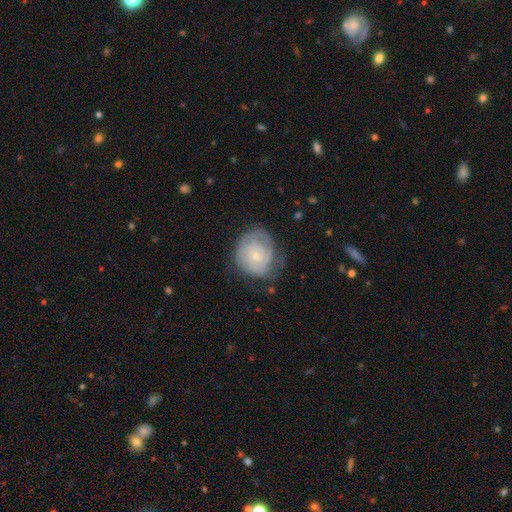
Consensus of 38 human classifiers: Smooth or featured: featured or disk — 61% (smooth — 39%)
Edge-on disk: no — 100%
Bar: no — 83% (weak — 17%)
Spiral arms: yes — 87% (no — 13%)
Spiral winding: tight — 70% (medium — 15%)
Spiral arm count: can't tell — 65% (3 — 25%)
Bulge size: small — 83% (moderate — 13%)
Merging: none — 58% (minor disturbance — 29%)